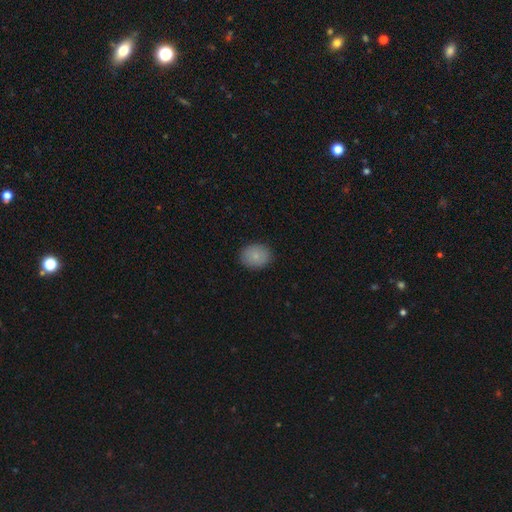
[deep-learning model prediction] Smooth or featured? smooth (83%)
How rounded? round (57%)
Merging? none (89%)